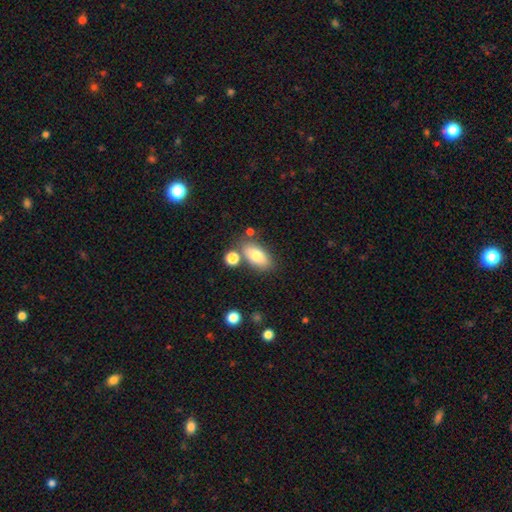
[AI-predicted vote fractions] The model was most divided on "merging": none: 72%, minor disturbance: 14%, merger: 11%, major disturbance: 4%. More confident: how rounded — in between (87%); smooth or featured — smooth (77%).